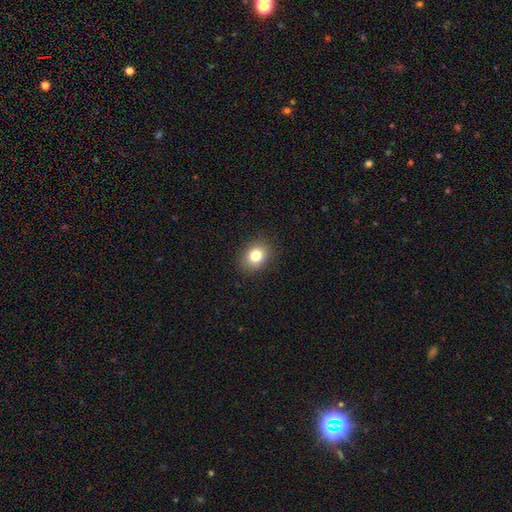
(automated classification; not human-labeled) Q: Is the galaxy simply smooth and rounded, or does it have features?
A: smooth — 80%.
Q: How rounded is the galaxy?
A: round — 52%.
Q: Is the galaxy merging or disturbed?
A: none — 88%.